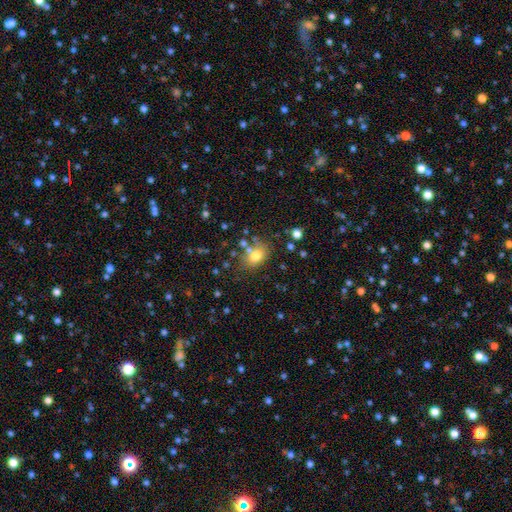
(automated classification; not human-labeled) Morphology: type=smooth (74%); roundness=in between (71%); merging=none (64%).